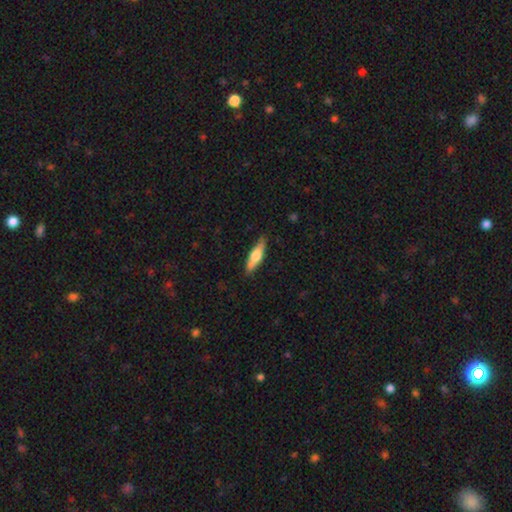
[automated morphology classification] Q: Smooth or featured?
A: smooth (52%); runner-up: featured or disk (43%)
Q: How rounded?
A: cigar-shaped (68%); runner-up: in between (30%)
Q: Merging?
A: none (82%); runner-up: minor disturbance (13%)